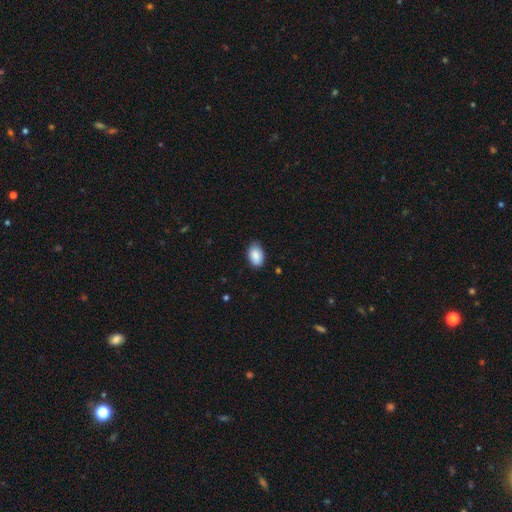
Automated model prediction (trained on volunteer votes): smooth 88%, star or artifact 7%, featured or disk 6%. Down the decision tree: how rounded — in between (89%); merging — none (78%).